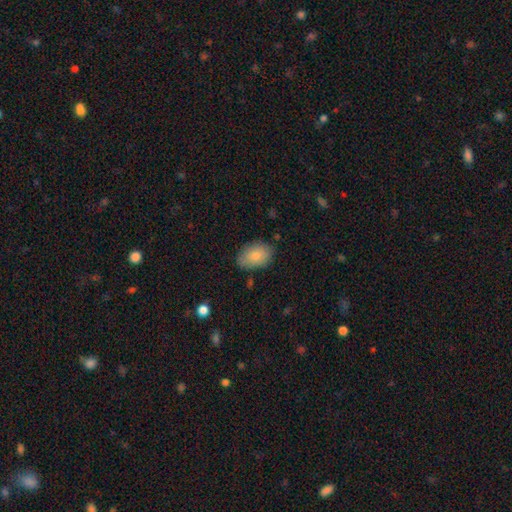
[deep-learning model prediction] smooth_or_featured: smooth (p=0.83) [alt: featured or disk p=0.11]
how_rounded: in between (p=0.87) [alt: round p=0.12]
merging: none (p=0.78) [alt: minor disturbance p=0.17]